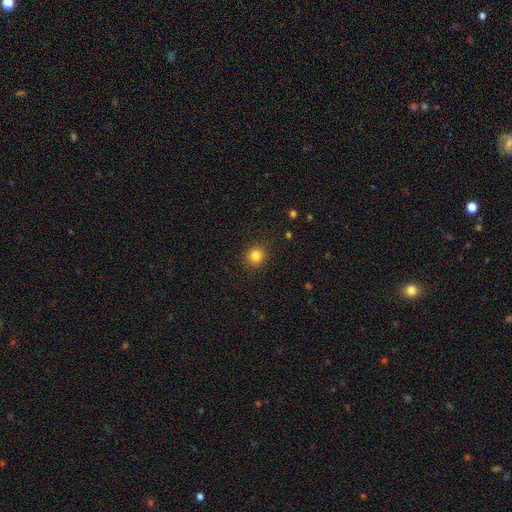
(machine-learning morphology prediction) Smooth or featured: smooth — 83% (star or artifact — 12%)
How rounded: round — 89% (in between — 10%)
Merging: none — 90% (minor disturbance — 7%)